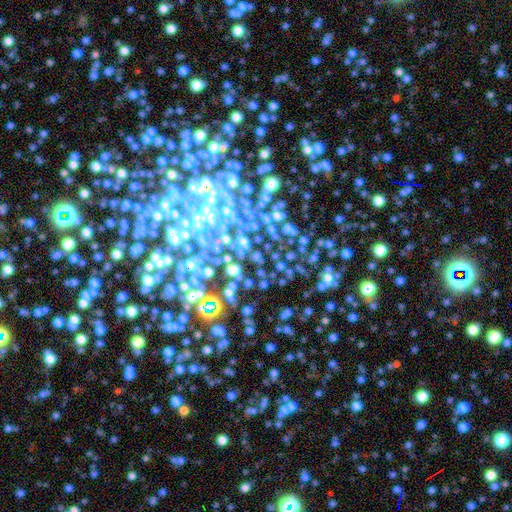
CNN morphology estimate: star or artifact 38%, featured or disk 35%, smooth 27%.